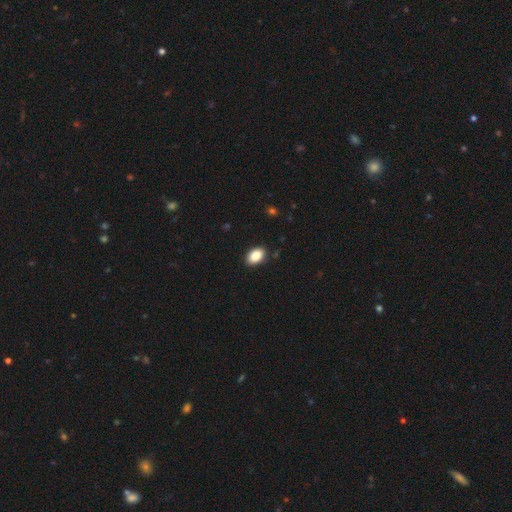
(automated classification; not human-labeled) A smooth galaxy with no disk features (89%) that is in between round and cigar-shaped (89%).

Vote fractions:
- Smooth or featured? smooth: 89% / star or artifact: 8% / featured or disk: 4%
- How rounded? in between: 89% / round: 10% / cigar-shaped: 1%
- Merging? none: 88% / minor disturbance: 9% / major disturbance: 2% / merger: 1%